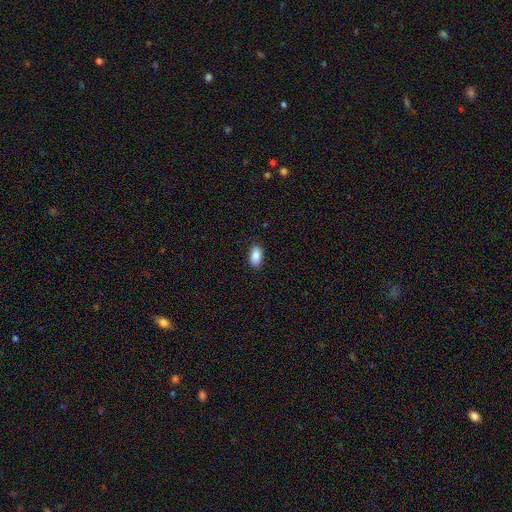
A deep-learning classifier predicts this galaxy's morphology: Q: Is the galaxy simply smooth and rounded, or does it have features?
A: smooth — 88%.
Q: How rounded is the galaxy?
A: in between — 92%.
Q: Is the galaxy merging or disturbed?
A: none — 89%.